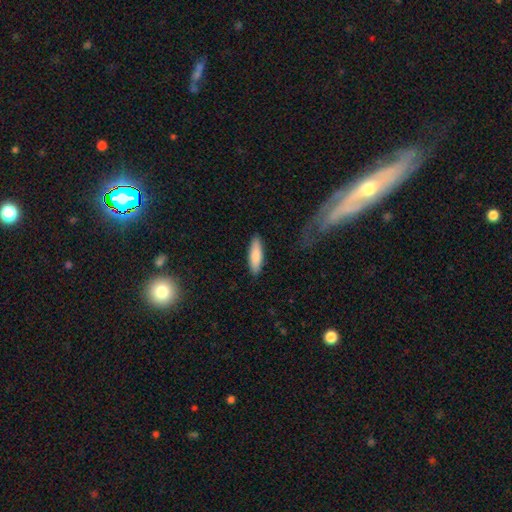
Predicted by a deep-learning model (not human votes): Q: Smooth or featured?
A: smooth (84%); runner-up: featured or disk (10%)
Q: How rounded?
A: cigar-shaped (51%); runner-up: in between (47%)
Q: Merging?
A: none (86%); runner-up: minor disturbance (10%)